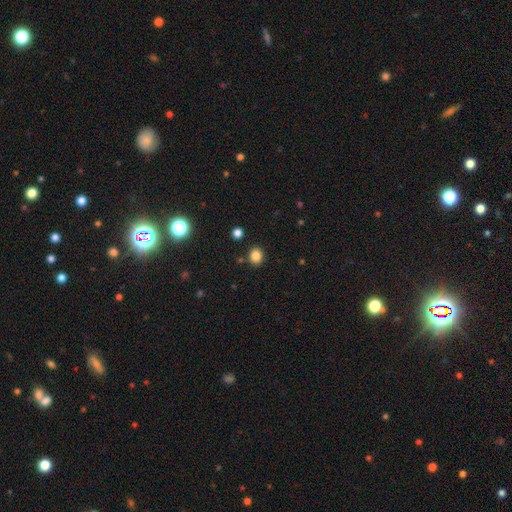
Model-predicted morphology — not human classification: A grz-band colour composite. It shows a smooth galaxy with no disk features (83%) that is round (67%). Merging: none (85%).